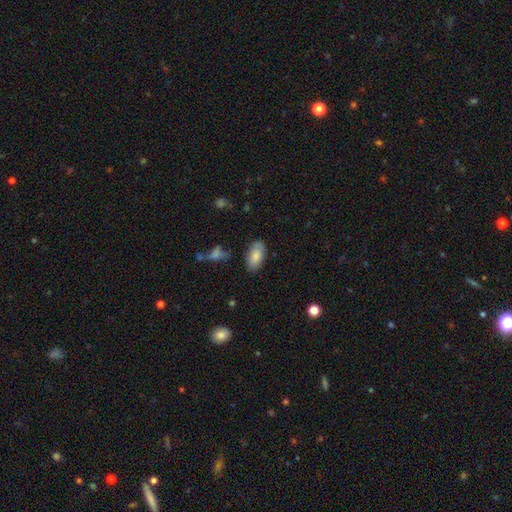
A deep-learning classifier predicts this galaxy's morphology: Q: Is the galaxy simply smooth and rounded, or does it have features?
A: smooth — 80%.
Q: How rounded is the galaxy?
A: in between — 94%.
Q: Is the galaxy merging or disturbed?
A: none — 77%.